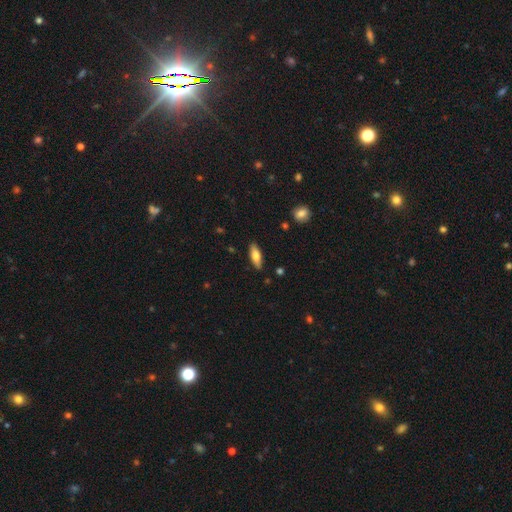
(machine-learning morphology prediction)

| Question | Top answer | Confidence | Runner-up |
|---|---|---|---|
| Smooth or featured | smooth | 70% | featured or disk (24%) |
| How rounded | in between | 63% | cigar-shaped (35%) |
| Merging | none | 88% | minor disturbance (9%) |